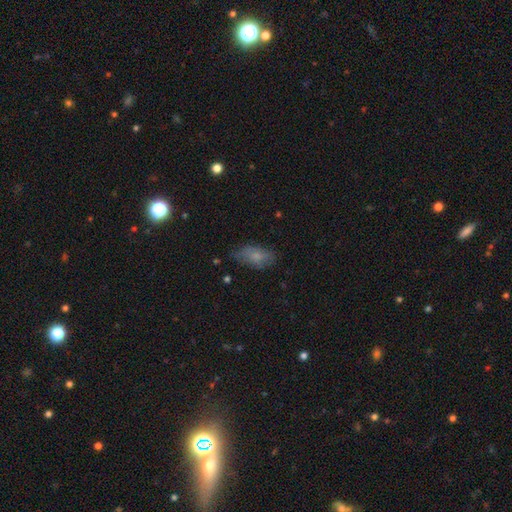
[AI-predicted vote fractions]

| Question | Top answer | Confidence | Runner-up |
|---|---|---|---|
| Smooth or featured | smooth | 69% | featured or disk (21%) |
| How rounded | in between | 89% | cigar-shaped (7%) |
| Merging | none | 60% | minor disturbance (28%) |